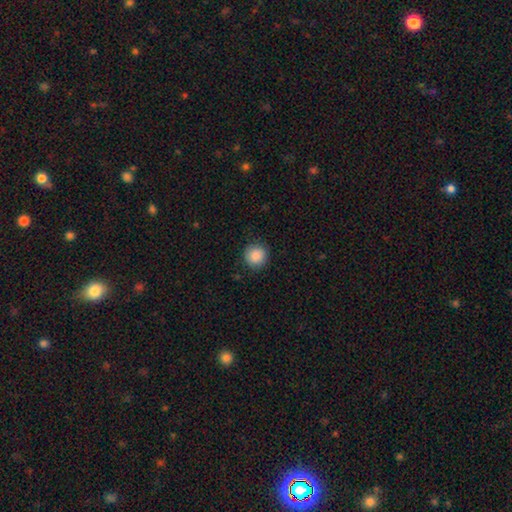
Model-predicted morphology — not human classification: The model was most divided on "smooth or featured": smooth: 88%, star or artifact: 9%, featured or disk: 3%. More confident: how rounded — round (94%); merging — none (89%).